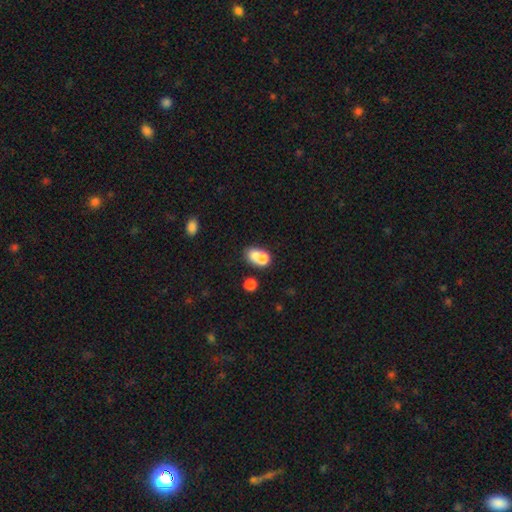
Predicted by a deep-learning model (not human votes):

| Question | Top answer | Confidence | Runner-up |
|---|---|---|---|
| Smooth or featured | smooth | 71% | featured or disk (18%) |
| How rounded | in between | 53% | round (46%) |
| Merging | merger | 60% | none (26%) |